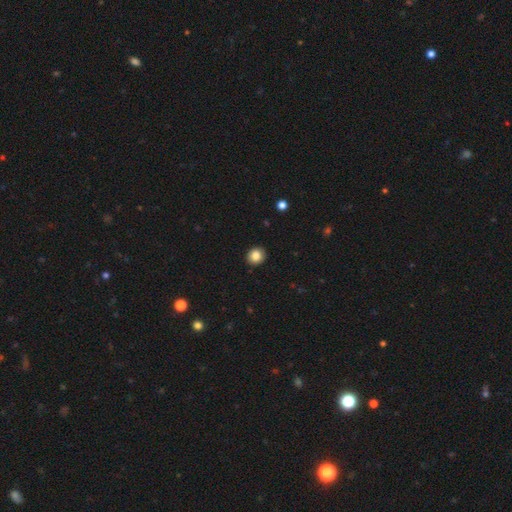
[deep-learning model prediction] Smooth or featured? Predicted: smooth (p=0.85). How rounded? Predicted: round (p=0.84). Merging? Predicted: none (p=0.92).